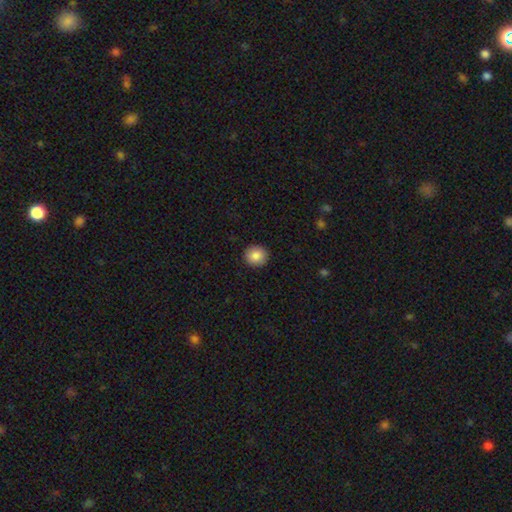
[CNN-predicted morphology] This appears to be a smooth galaxy with no disk features (86%) that is round (89%). Merging: none (92%).